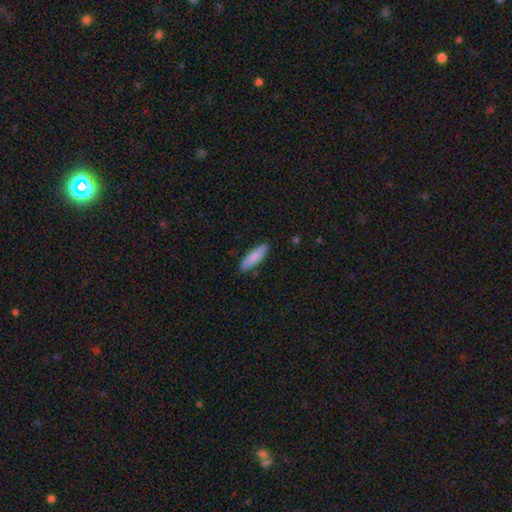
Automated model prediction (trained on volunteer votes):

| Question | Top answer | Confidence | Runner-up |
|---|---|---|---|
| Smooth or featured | smooth | 86% | featured or disk (9%) |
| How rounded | cigar-shaped | 58% | in between (40%) |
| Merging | none | 87% | minor disturbance (10%) |